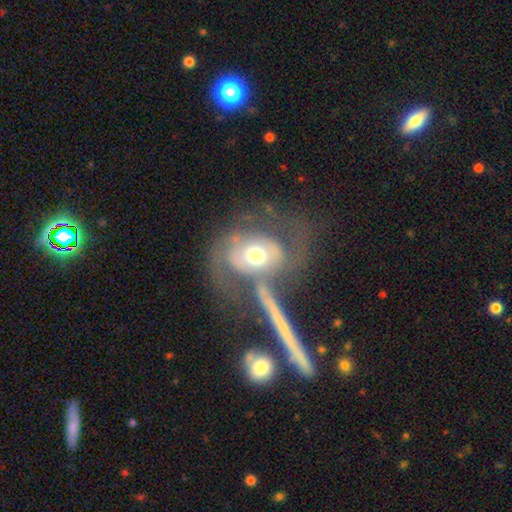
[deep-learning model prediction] Overall: featured or disk (57%; smooth 35%). Edge-on disk: no (88%). Bar: no (71%). Spiral arms: yes (52%; no 48%). Bulge size: moderate (71%). Merging: none (32%; merger 27%).